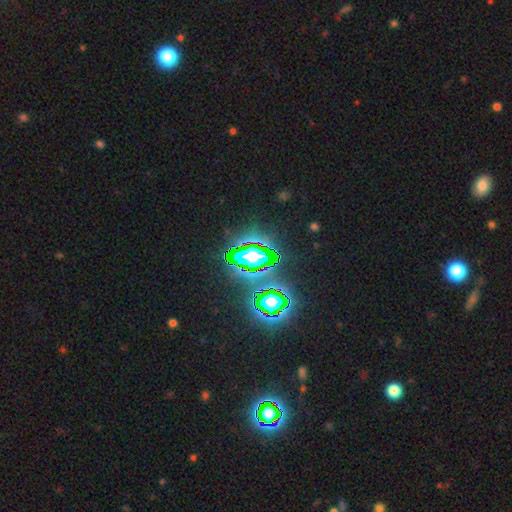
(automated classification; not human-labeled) This appears to be a star or artifact, not a galaxy (79%).